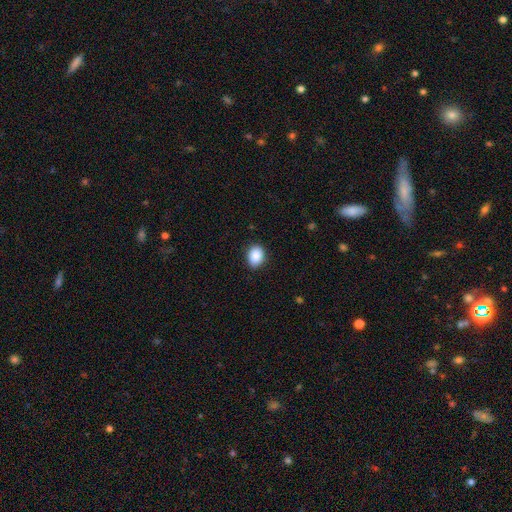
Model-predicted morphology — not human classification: This appears to be a smooth galaxy with no disk features (89%) that is in between round and cigar-shaped (66%). Merging: none (87%).